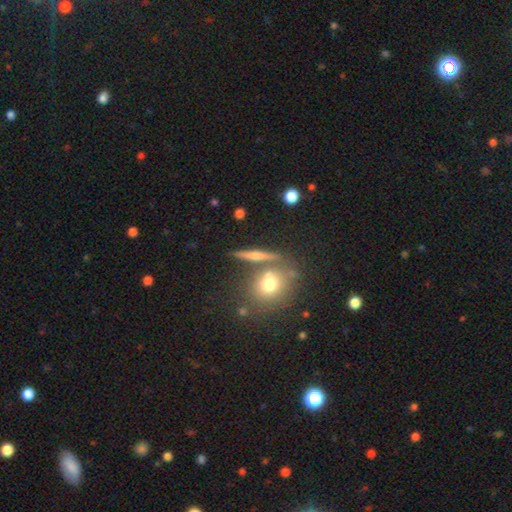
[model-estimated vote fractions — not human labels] Q: Smooth or featured?
A: featured or disk (48%); runner-up: smooth (40%)
Q: Merging?
A: none (75%); runner-up: merger (11%)